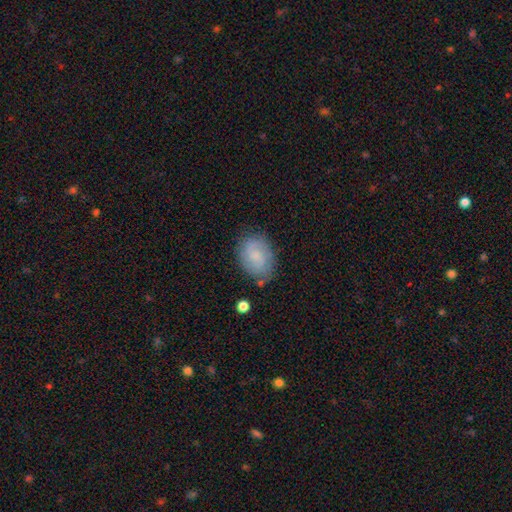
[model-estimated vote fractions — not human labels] A smooth galaxy with no disk features (65%) that is in between round and cigar-shaped (72%).

Vote fractions:
- Smooth or featured? smooth: 65% / featured or disk: 27% / star or artifact: 8%
- How rounded? in between: 72% / round: 27% / cigar-shaped: 1%
- Merging? none: 73% / minor disturbance: 19% / major disturbance: 5% / merger: 3%